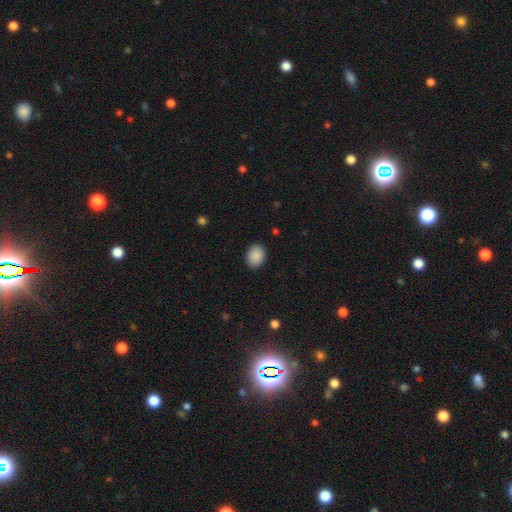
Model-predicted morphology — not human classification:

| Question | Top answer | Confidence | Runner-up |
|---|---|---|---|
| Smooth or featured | smooth | 90% | star or artifact (7%) |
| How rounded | in between | 62% | round (38%) |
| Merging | none | 88% | minor disturbance (9%) |